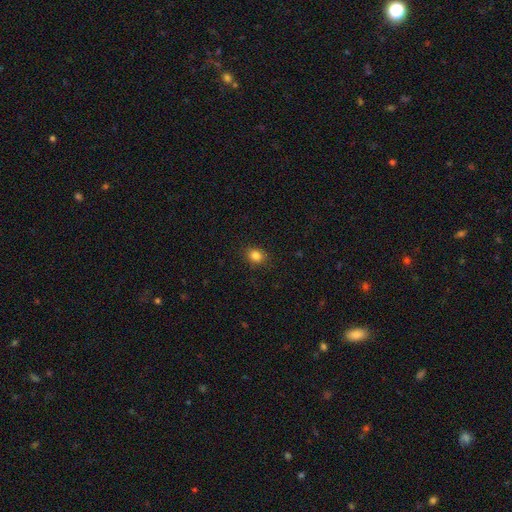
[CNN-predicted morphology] A smooth galaxy with no disk features (84%) that is round (52%).

Vote fractions:
- Smooth or featured? smooth: 84% / star or artifact: 12% / featured or disk: 5%
- How rounded? round: 52% / in between: 47% / cigar-shaped: 1%
- Merging? none: 86% / minor disturbance: 10% / major disturbance: 3% / merger: 1%